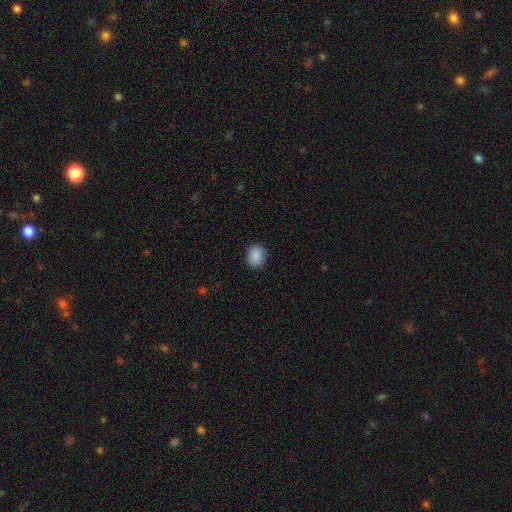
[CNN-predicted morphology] type=smooth (89%); roundness=round (50%); merging=none (88%).